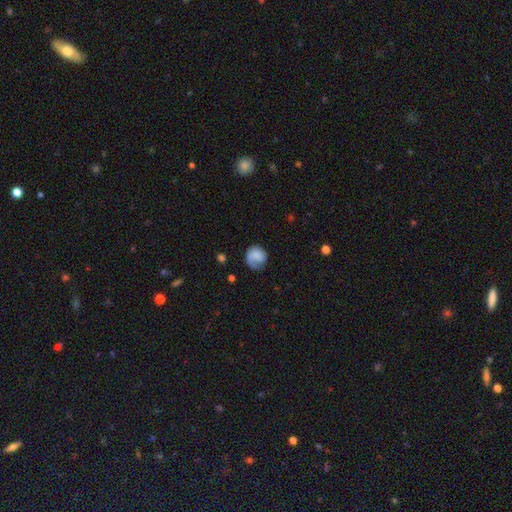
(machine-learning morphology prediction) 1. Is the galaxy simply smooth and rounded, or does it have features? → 67% smooth, 25% featured or disk, 7% star or artifact.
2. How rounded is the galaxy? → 78% round, 21% in between, 1% cigar-shaped.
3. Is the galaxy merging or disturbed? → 53% none, 26% minor disturbance, 19% major disturbance, 2% merger.